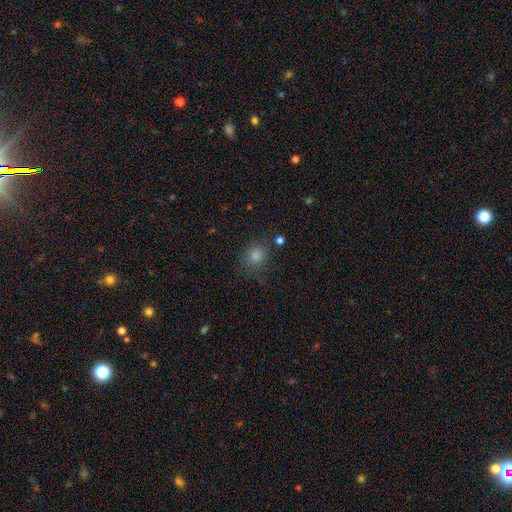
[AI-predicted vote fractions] The model was most divided on "smooth or featured": smooth: 74%, star or artifact: 19%, featured or disk: 7%. More confident: how rounded — round (81%); merging — none (76%).